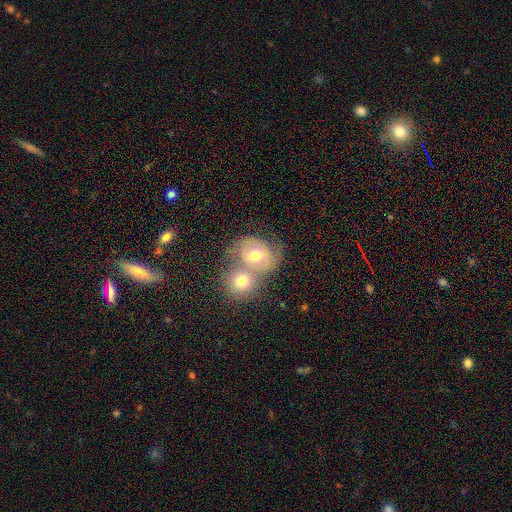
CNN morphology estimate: Smooth or featured?
  - featured or disk: 47% *
  - smooth: 45%
  - star or artifact: 8%
Merging?
  - merger: 67% *
  - none: 19%
  - minor disturbance: 8%
  - major disturbance: 6%